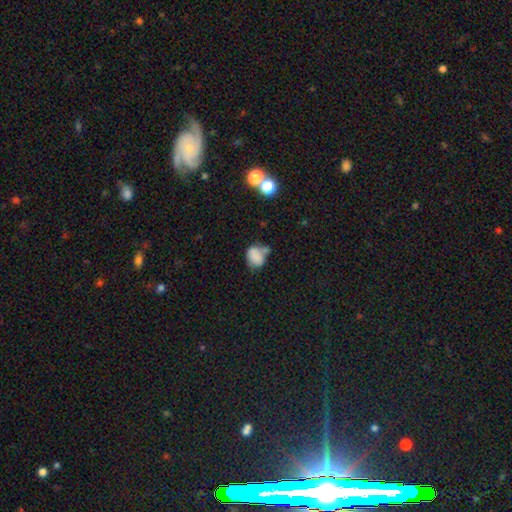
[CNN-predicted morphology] This is likely a smooth galaxy (74%). How rounded: possibly in between (52%). Merging: marginally none (38%).